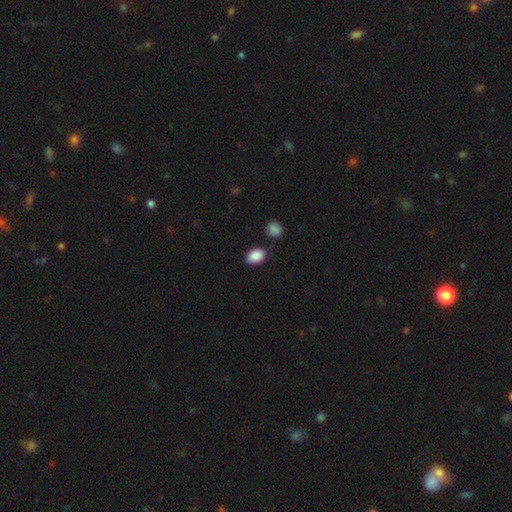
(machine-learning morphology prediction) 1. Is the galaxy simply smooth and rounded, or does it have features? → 89% smooth, 8% star or artifact, 4% featured or disk.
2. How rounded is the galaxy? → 84% in between, 15% round, 1% cigar-shaped.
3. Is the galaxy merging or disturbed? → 82% none, 11% minor disturbance, 5% merger, 3% major disturbance.